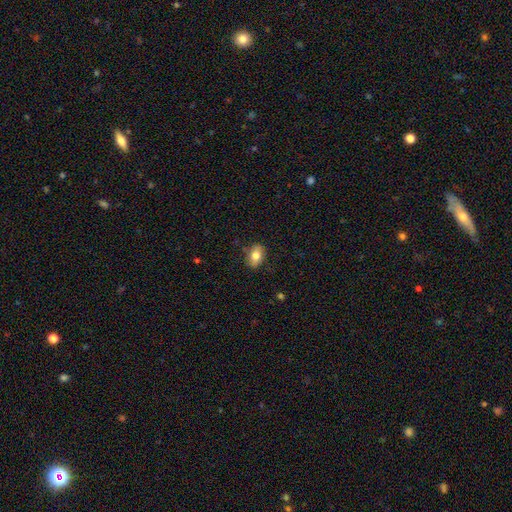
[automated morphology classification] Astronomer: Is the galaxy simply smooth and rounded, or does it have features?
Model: smooth — 75%.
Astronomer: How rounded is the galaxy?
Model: in between — 84%.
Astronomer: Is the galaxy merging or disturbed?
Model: none — 84%.